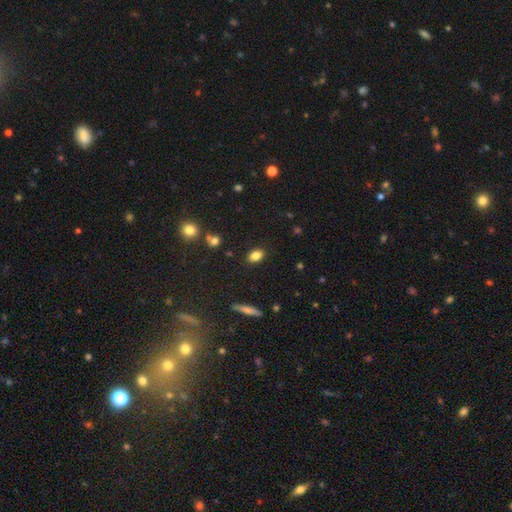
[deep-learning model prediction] The model was most divided on "how rounded": in between: 81%, round: 15%, cigar-shaped: 3%. More confident: merging — none (86%); smooth or featured — smooth (83%).